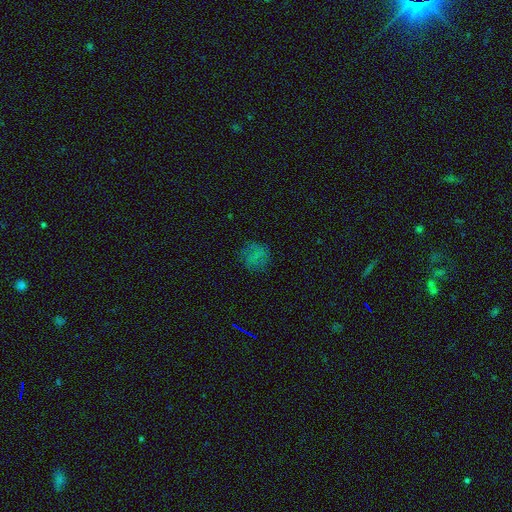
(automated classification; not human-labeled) Q: Smooth or featured?
A: smooth (63%); runner-up: star or artifact (23%)
Q: How rounded?
A: round (83%); runner-up: in between (16%)
Q: Merging?
A: none (76%); runner-up: minor disturbance (15%)